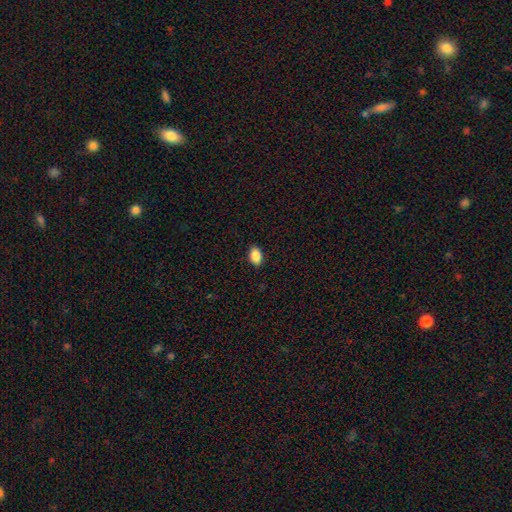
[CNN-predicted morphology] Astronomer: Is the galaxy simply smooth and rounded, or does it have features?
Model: smooth — 88%.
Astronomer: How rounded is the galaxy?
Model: in between — 88%.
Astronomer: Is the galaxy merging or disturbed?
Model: none — 89%.